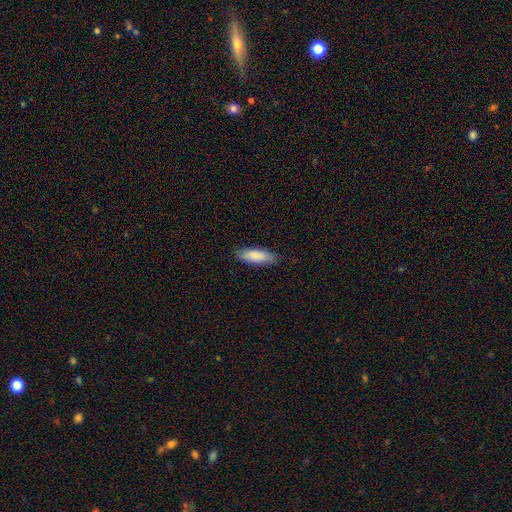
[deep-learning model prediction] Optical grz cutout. It shows a smooth galaxy with no disk features (85%) that is in between round and cigar-shaped (61%). Merging: none (85%).